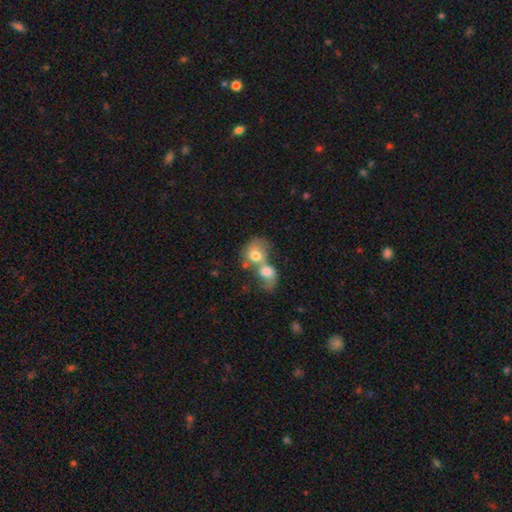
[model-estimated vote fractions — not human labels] This is likely a smooth galaxy (69%). How rounded: possibly round (52%). Merging: likely merger (80%).